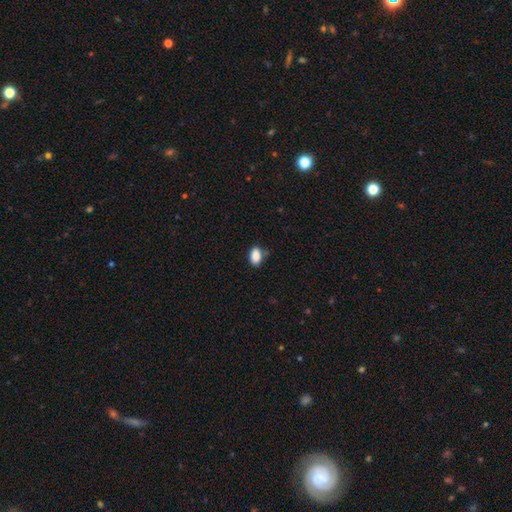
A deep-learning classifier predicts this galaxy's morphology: smooth 88%, star or artifact 8%, featured or disk 3%. Down the decision tree: how rounded — in between (90%); merging — none (75%).